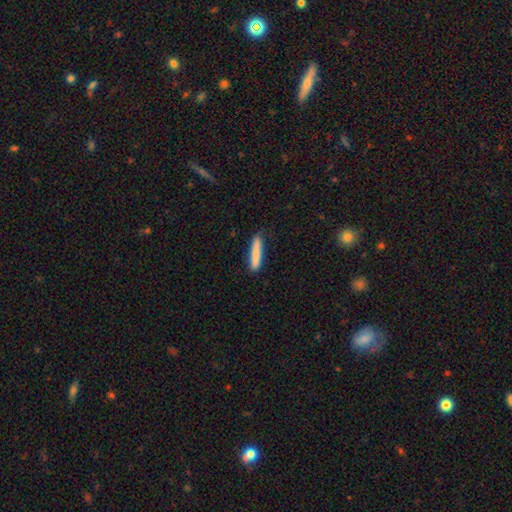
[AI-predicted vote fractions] smooth-or-featured: smooth: 84% | featured or disk: 10% | star or artifact: 6%
  how-rounded: cigar-shaped: 92% | in between: 7% | round: 1%
  merging: none: 86% | minor disturbance: 11% | major disturbance: 2% | merger: 1%